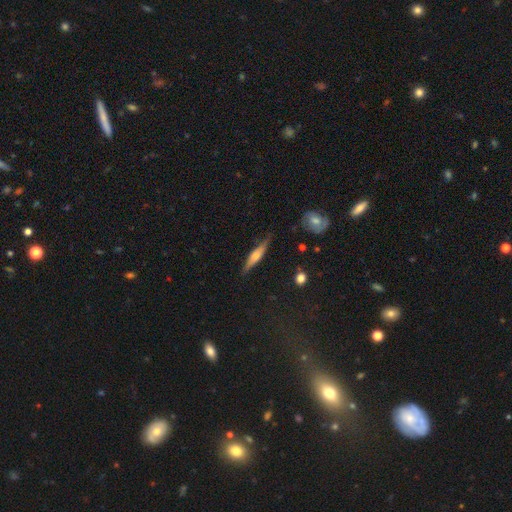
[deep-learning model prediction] Smooth or featured? featured or disk (58%)
Edge-on disk? yes (95%)
Edge-on bulge? rounded (72%)
Merging? none (82%)